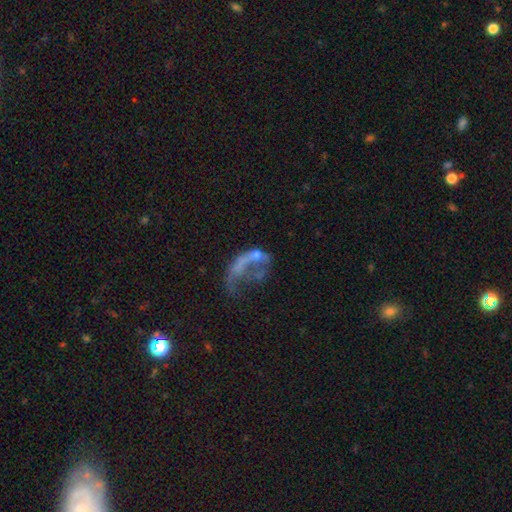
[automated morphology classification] Smooth or featured?
  - featured or disk: 54% *
  - smooth: 31%
  - star or artifact: 15%
Edge-on disk?
  - no: 97% *
  - yes: 3%
Bar?
  - no: 88% *
  - weak: 9%
  - strong: 3%
Spiral arms?
  - no: 84% *
  - yes: 16%
Bulge size?
  - none: 66% *
  - small: 18%
  - moderate: 11%
  - large: 3%
  - dominant: 2%
Merging?
  - major disturbance: 57% *
  - none: 18%
  - merger: 15%
  - minor disturbance: 10%